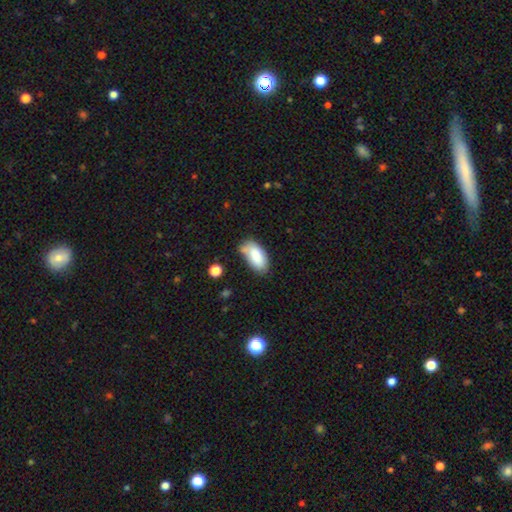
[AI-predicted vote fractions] A smooth galaxy with no disk features (84%) that is in between round and cigar-shaped (93%). Merging: none (57%).